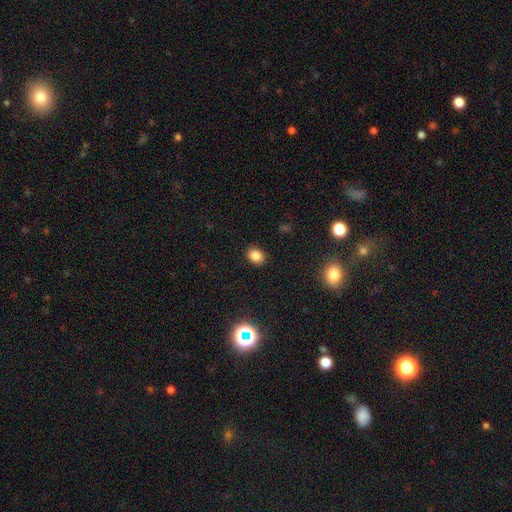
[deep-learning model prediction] A smooth galaxy with no disk features (83%) that is in between round and cigar-shaped (58%). Merging: none (88%).